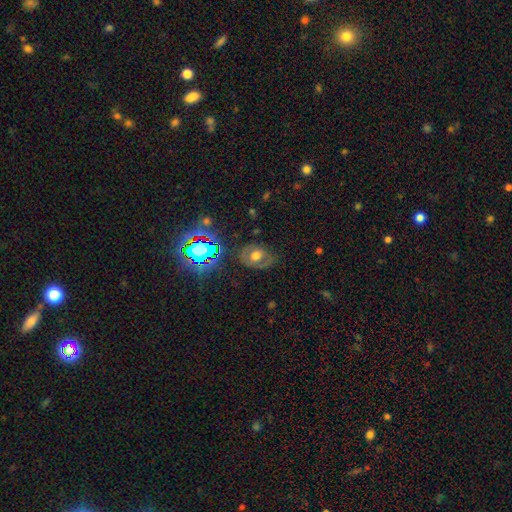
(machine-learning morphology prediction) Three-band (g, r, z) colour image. It shows a smooth galaxy with no disk features (46%). Merging: none (69%).